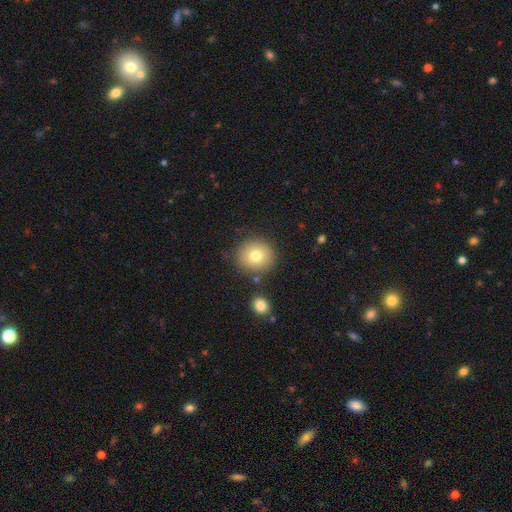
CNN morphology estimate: A smooth galaxy with no disk features (76%) that is round (88%).

Vote fractions:
- Smooth or featured? smooth: 76% / featured or disk: 13% / star or artifact: 11%
- How rounded? round: 88% / in between: 11% / cigar-shaped: 1%
- Merging? none: 82% / minor disturbance: 9% / merger: 5% / major disturbance: 3%